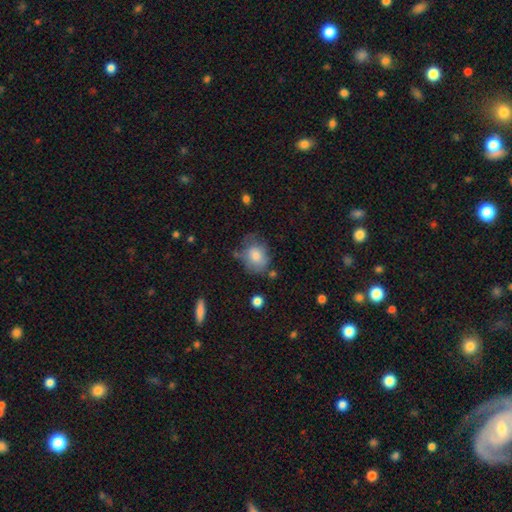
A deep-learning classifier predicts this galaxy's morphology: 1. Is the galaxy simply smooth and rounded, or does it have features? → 76% smooth, 16% featured or disk, 8% star or artifact.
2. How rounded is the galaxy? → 56% round, 43% in between, 1% cigar-shaped.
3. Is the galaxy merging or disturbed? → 47% none, 31% minor disturbance, 16% major disturbance, 6% merger.